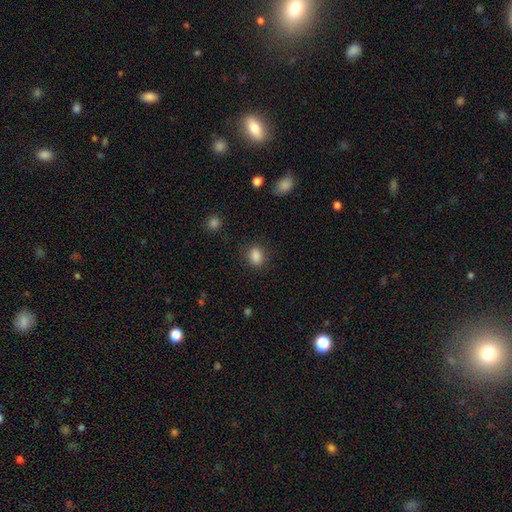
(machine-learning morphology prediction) Smooth or featured? smooth (87%)
How rounded? in between (62%)
Merging? none (83%)